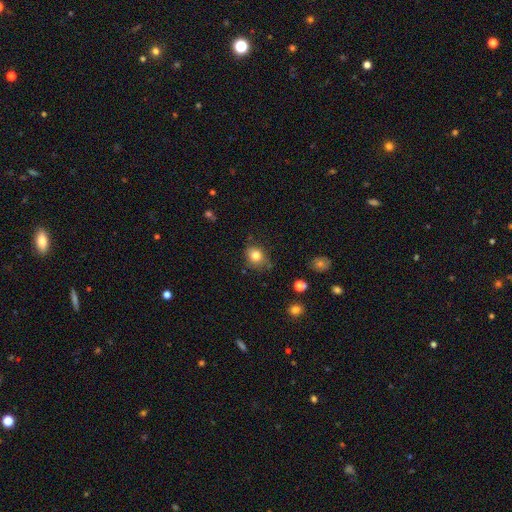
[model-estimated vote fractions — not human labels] This appears to be a smooth galaxy with no disk features (81%) that is round (60%). Merging: none (72%).